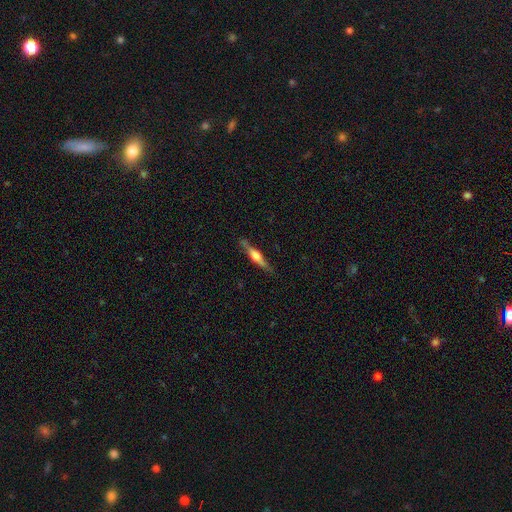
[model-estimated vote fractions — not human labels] This is likely a featured or disk galaxy (69%). It is clearly viewed edge-on (97%). Edge-on bulge: clearly rounded (82%). Merging: clearly none (84%).